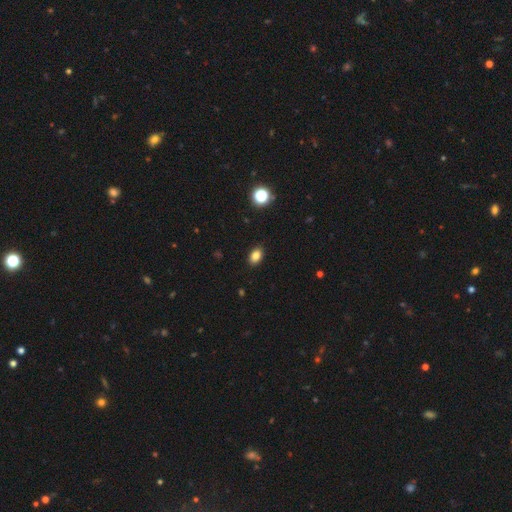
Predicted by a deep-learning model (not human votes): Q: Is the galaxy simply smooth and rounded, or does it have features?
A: smooth — 84%.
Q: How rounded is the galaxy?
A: in between — 82%.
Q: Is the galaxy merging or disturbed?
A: none — 89%.